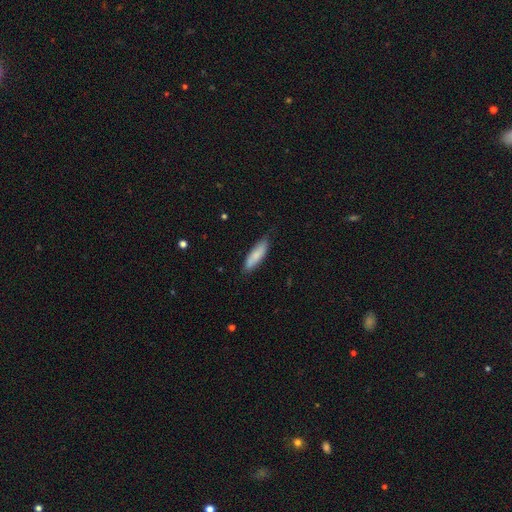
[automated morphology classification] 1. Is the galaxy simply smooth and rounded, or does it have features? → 83% smooth, 12% featured or disk, 5% star or artifact.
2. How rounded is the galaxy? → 59% cigar-shaped, 40% in between, 1% round.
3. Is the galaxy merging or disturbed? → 80% none, 16% minor disturbance, 2% major disturbance, 1% merger.